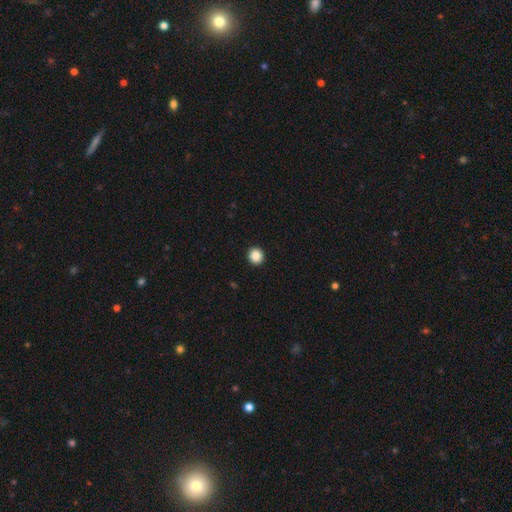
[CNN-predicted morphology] Smooth or featured?
  - smooth: 88% *
  - star or artifact: 9%
  - featured or disk: 3%
How rounded?
  - round: 92% *
  - in between: 7%
  - cigar-shaped: 1%
Merging?
  - none: 94% *
  - minor disturbance: 4%
  - major disturbance: 1%
  - merger: 1%